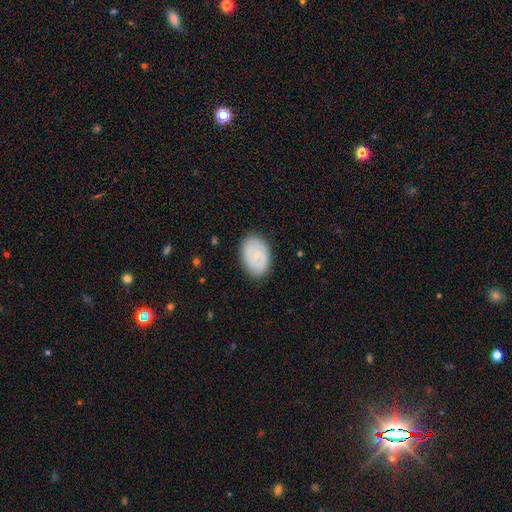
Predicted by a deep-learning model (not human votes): A smooth galaxy with no disk features (48%).

Vote fractions:
- Smooth or featured? smooth: 48% / featured or disk: 45% / star or artifact: 7%
- Merging? none: 85% / minor disturbance: 11% / major disturbance: 3% / merger: 1%